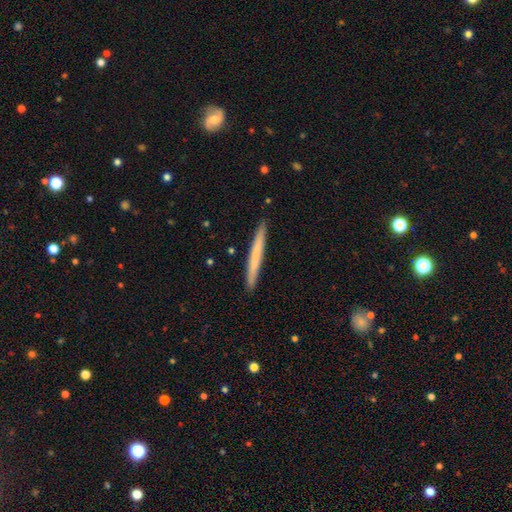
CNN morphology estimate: A smooth galaxy with no disk features (65%) that is cigar-shaped (97%). Merging: none (92%).